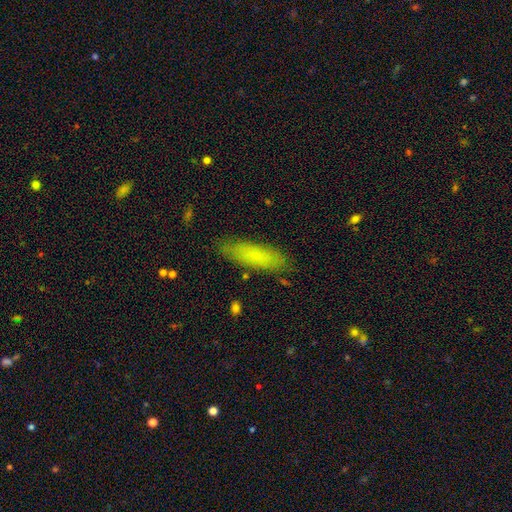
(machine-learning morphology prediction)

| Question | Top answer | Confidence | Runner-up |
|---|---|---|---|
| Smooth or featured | smooth | 73% | featured or disk (20%) |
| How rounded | cigar-shaped | 56% | in between (42%) |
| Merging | none | 83% | minor disturbance (12%) |